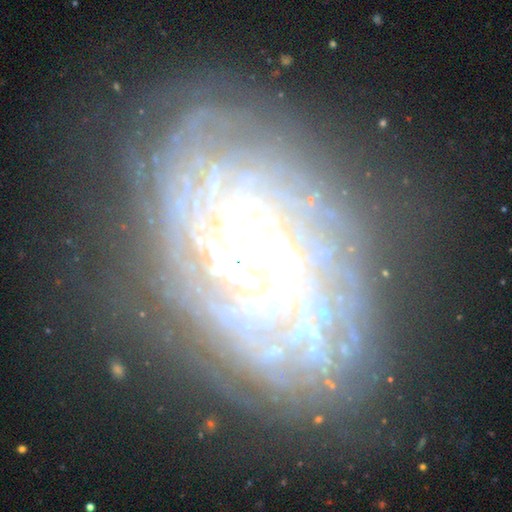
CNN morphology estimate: type=featured or disk (79%); edge-on=no (94%); bar=no (60%); spiral arms=yes (92%); winding=tight (78%); arm count=can't tell (37%); bulge=moderate (43%); merging=none (73%).